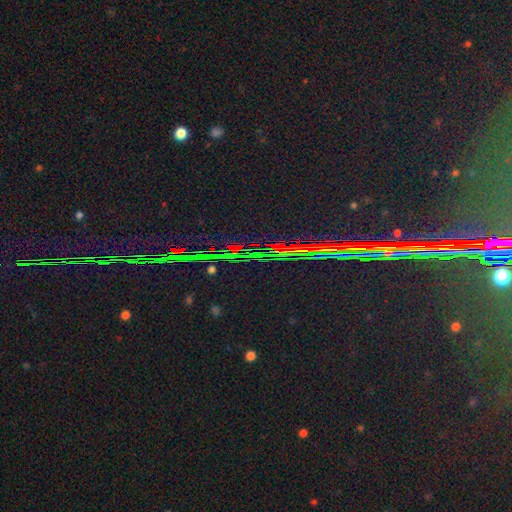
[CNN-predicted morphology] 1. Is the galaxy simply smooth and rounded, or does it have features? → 86% star or artifact, 8% featured or disk, 6% smooth.